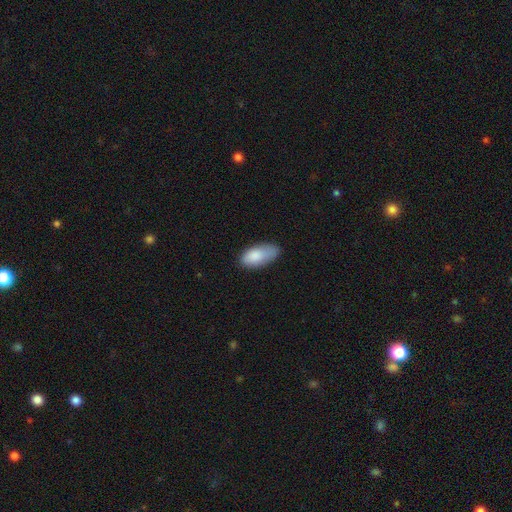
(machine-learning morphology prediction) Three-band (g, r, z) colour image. It shows a smooth galaxy with no disk features (85%) that is in between round and cigar-shaped (91%). Merging: none (63%).